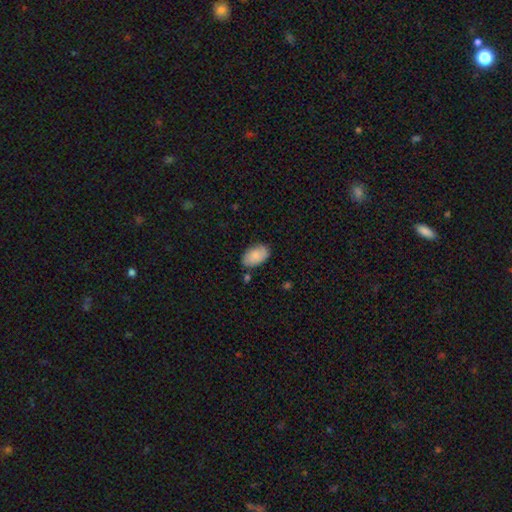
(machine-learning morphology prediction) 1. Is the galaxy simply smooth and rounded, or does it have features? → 80% smooth, 13% featured or disk, 7% star or artifact.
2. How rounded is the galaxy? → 93% in between, 5% round, 1% cigar-shaped.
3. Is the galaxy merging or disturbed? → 74% none, 18% minor disturbance, 4% merger, 4% major disturbance.